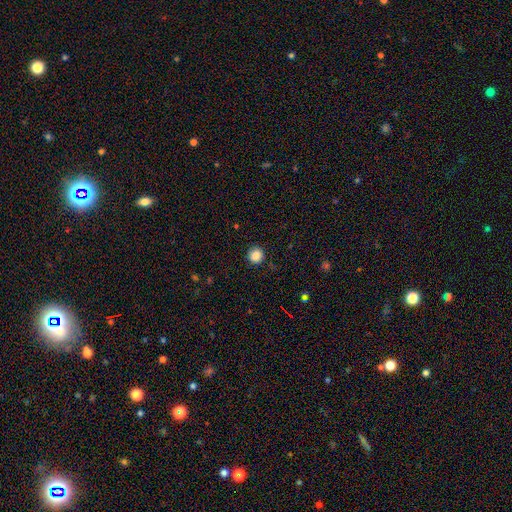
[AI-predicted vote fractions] The model was most divided on "smooth or featured": smooth: 86%, star or artifact: 11%, featured or disk: 4%. More confident: how rounded — round (94%); merging — none (90%).